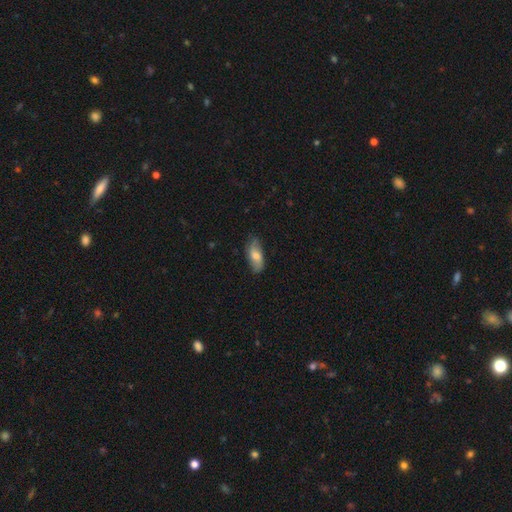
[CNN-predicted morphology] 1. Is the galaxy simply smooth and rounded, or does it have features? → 60% smooth, 34% featured or disk, 7% star or artifact.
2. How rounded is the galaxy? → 85% in between, 12% cigar-shaped, 3% round.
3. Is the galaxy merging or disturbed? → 74% none, 21% minor disturbance, 4% major disturbance, 1% merger.